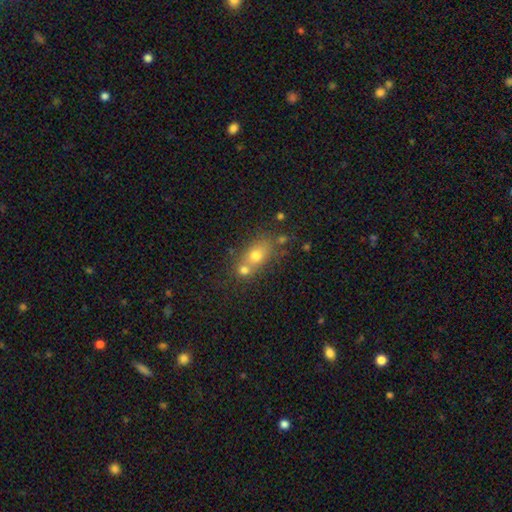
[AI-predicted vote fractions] Smooth or featured? smooth (67%)
How rounded? in between (58%)
Merging? merger (45%)